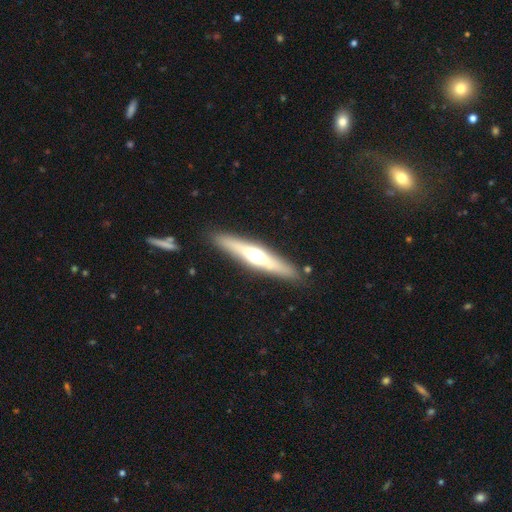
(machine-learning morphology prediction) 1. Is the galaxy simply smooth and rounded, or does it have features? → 57% featured or disk, 37% smooth, 6% star or artifact.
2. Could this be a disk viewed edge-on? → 91% yes, 9% no.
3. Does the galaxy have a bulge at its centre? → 85% rounded, 8% none, 7% boxy.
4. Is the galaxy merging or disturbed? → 86% none, 9% minor disturbance, 2% major disturbance, 2% merger.